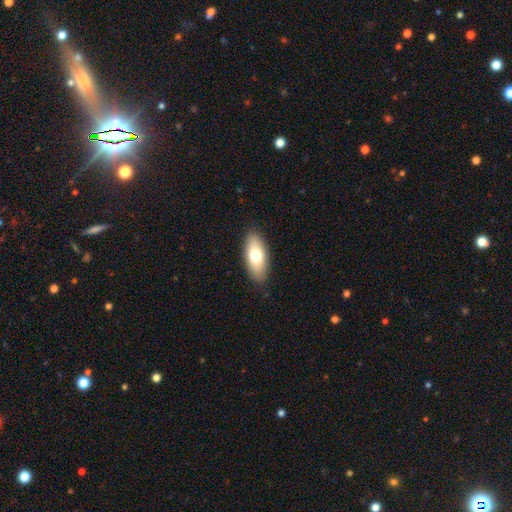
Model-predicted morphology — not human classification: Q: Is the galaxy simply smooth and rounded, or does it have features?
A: smooth — 72%.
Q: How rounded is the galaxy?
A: in between — 83%.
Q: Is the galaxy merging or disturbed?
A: none — 88%.